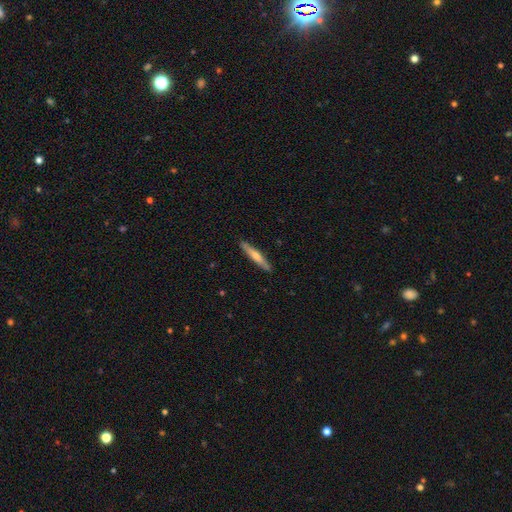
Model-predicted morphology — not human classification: Smooth or featured? Predicted: featured or disk (p=0.49). Merging? Predicted: none (p=0.91).